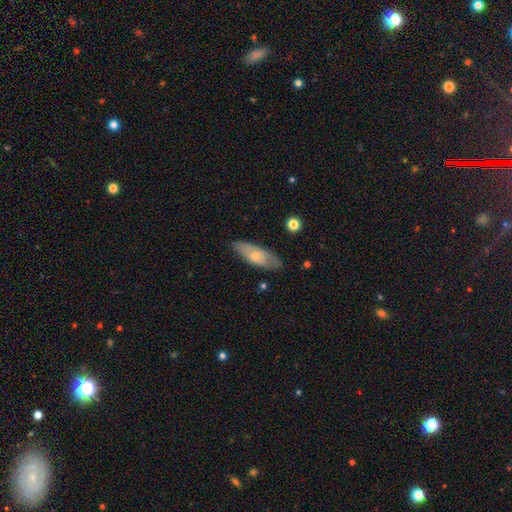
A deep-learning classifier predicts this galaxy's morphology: smooth 52%, featured or disk 42%, star or artifact 7%. Down the decision tree: how rounded — in between (63%); merging — none (80%).